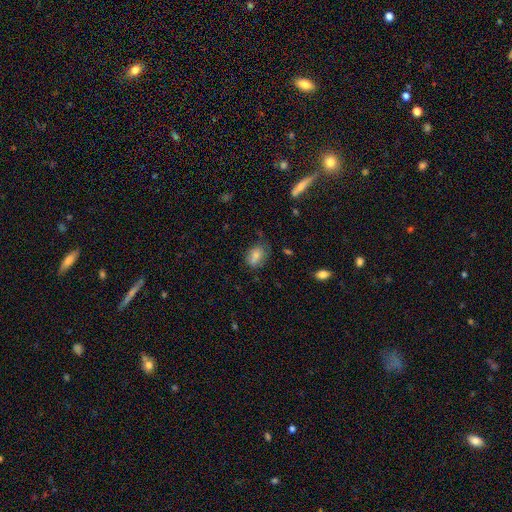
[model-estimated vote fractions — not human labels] Smooth or featured: smooth — 77% (featured or disk — 13%)
How rounded: in between — 77% (round — 21%)
Merging: none — 51% (minor disturbance — 27%)